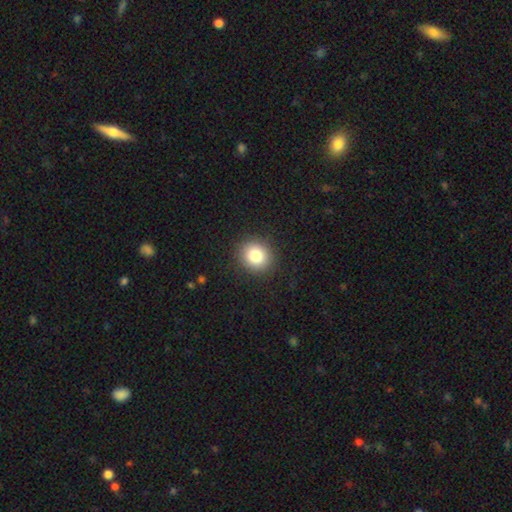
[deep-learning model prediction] Q: Smooth or featured?
A: smooth (82%); runner-up: star or artifact (10%)
Q: How rounded?
A: round (82%); runner-up: in between (17%)
Q: Merging?
A: none (90%); runner-up: minor disturbance (6%)